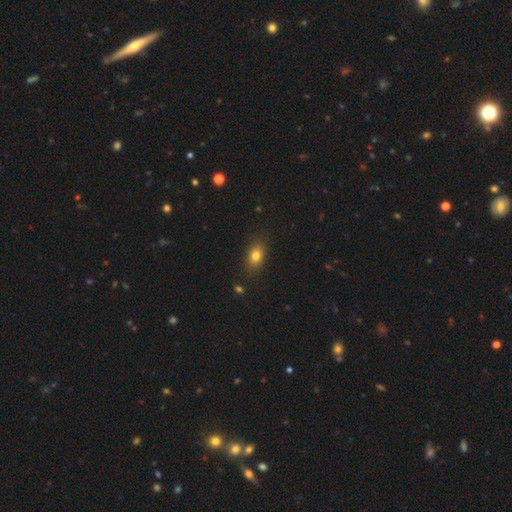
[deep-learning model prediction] Smooth or featured?
  - smooth: 79% *
  - star or artifact: 11%
  - featured or disk: 10%
How rounded?
  - in between: 78% *
  - round: 19%
  - cigar-shaped: 4%
Merging?
  - none: 84% *
  - minor disturbance: 11%
  - major disturbance: 3%
  - merger: 2%